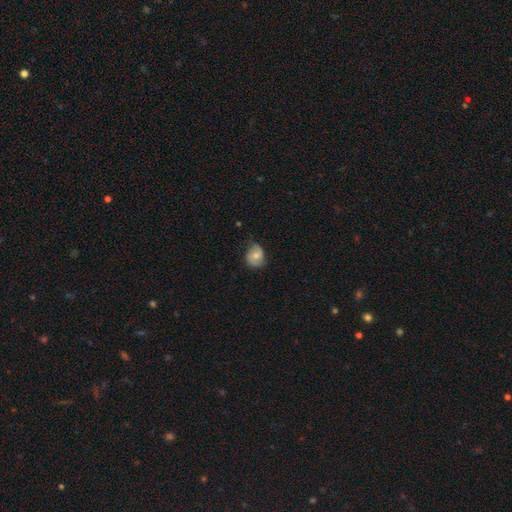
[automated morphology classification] Smooth or featured? smooth (54%)
How rounded? round (56%)
Merging? none (61%)